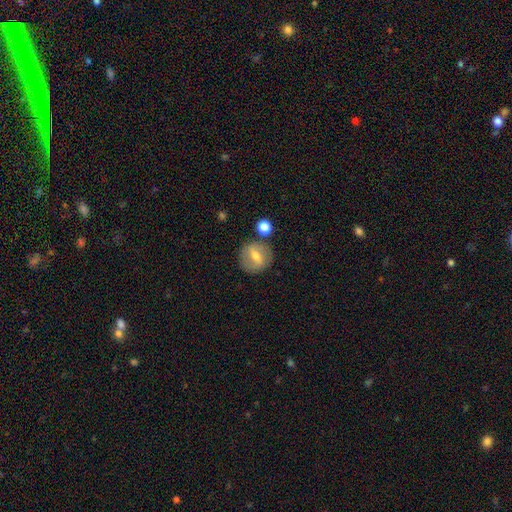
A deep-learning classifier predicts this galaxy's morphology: type=smooth (55%); roundness=round (81%); merging=none (77%).